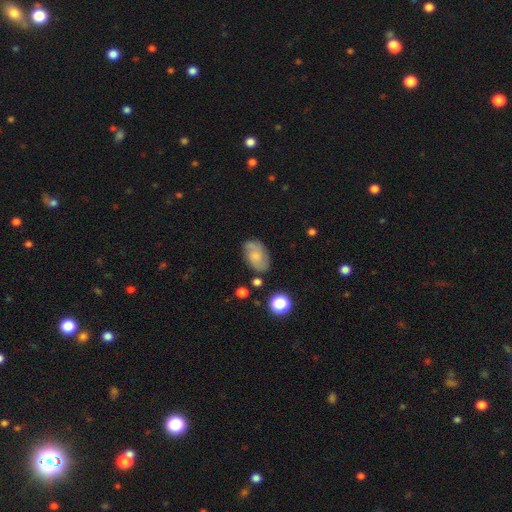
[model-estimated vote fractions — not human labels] smooth 48%, featured or disk 43%, star or artifact 9%. Down the decision tree: merging — none (69%).